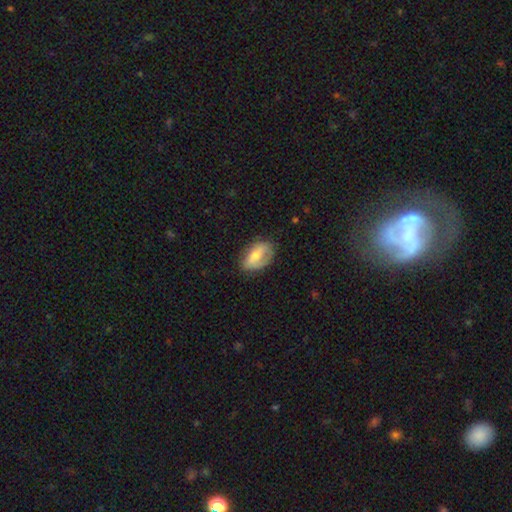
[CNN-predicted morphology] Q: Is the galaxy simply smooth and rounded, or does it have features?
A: smooth — 55%.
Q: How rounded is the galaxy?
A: in between — 89%.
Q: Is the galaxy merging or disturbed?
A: none — 65%.